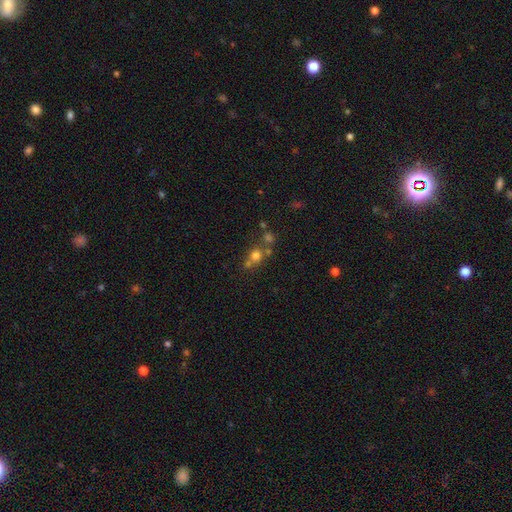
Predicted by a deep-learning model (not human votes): smooth-or-featured: smooth: 67% | star or artifact: 20% | featured or disk: 13%
  how-rounded: round: 85% | in between: 14% | cigar-shaped: 1%
  merging: none: 53% | merger: 35% | minor disturbance: 8% | major disturbance: 4%